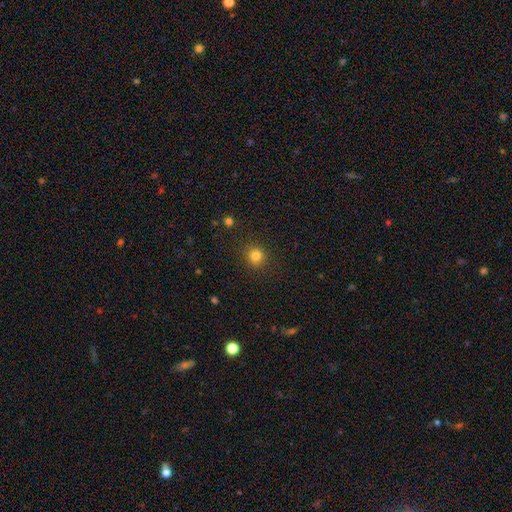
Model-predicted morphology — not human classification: Smooth or featured: smooth — 81% (star or artifact — 14%)
How rounded: round — 90% (in between — 9%)
Merging: none — 89% (minor disturbance — 7%)